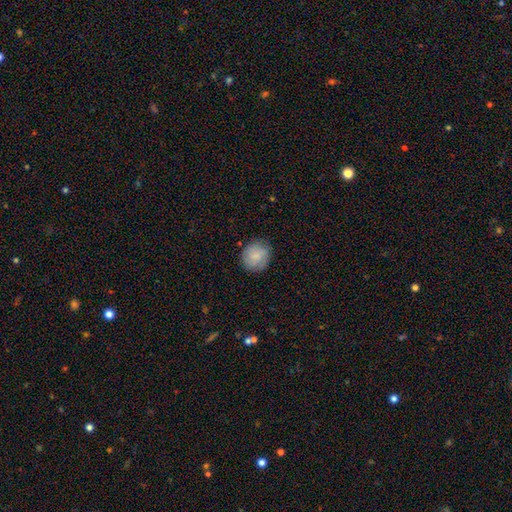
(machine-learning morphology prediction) smooth_or_featured: smooth (p=0.80) [alt: featured or disk p=0.13]
how_rounded: round (p=0.81) [alt: in between p=0.18]
merging: none (p=0.80) [alt: minor disturbance p=0.15]